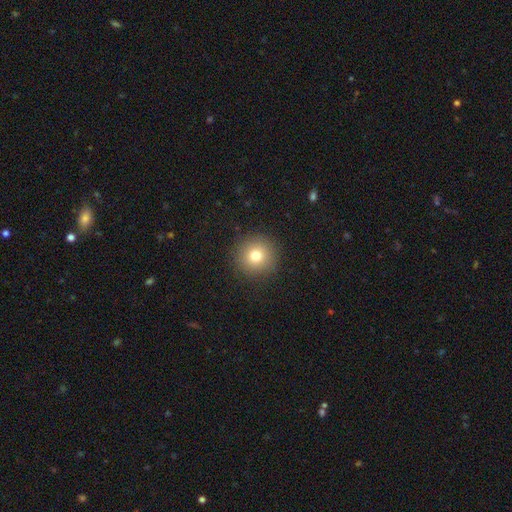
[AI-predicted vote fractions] This appears to be a smooth galaxy with no disk features (78%) that is round (95%). Merging: none (91%).